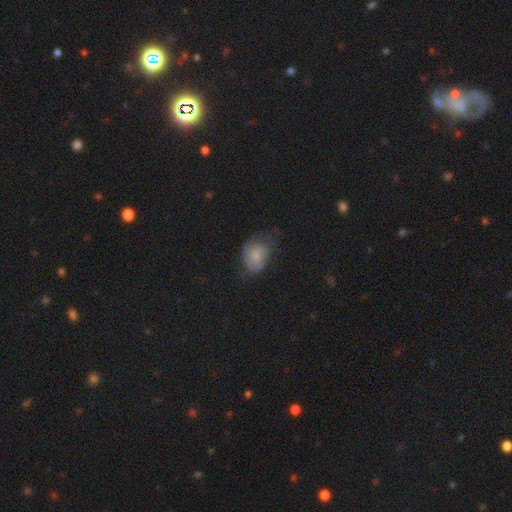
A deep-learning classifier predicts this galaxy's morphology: type=smooth (57%); roundness=in between (65%); merging=none (47%).